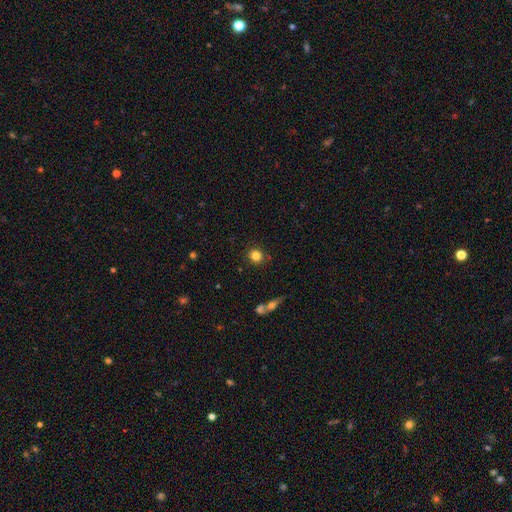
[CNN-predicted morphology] smooth_or_featured: smooth (p=0.83) [alt: star or artifact p=0.11]
how_rounded: round (p=0.88) [alt: in between p=0.11]
merging: none (p=0.87) [alt: minor disturbance p=0.07]